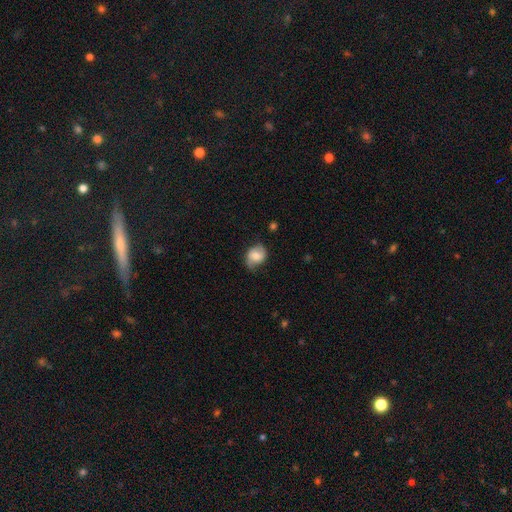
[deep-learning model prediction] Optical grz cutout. It shows a smooth galaxy with no disk features (59%) that is in between round and cigar-shaped (52%). Merging: none (57%).